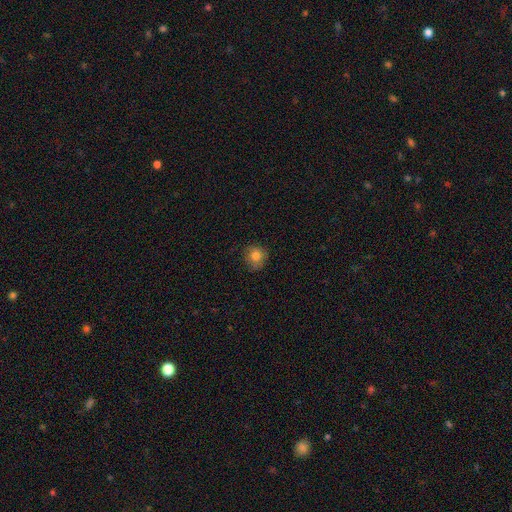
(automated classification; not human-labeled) This appears to be a smooth galaxy with no disk features (80%) that is round (88%). Merging: none (79%).